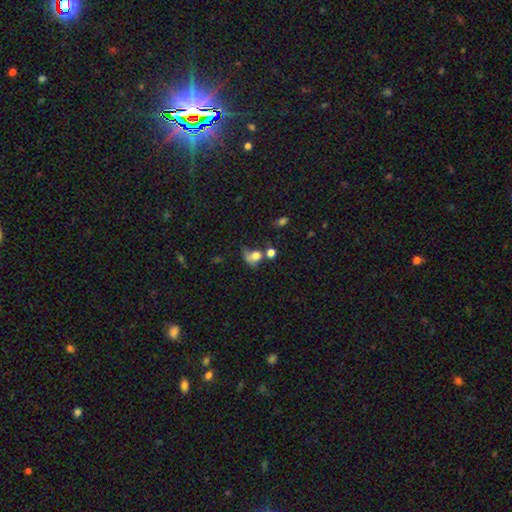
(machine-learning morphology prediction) This is likely a smooth galaxy (69%). How rounded: possibly round (50%). Merging: marginally major disturbance (30%).